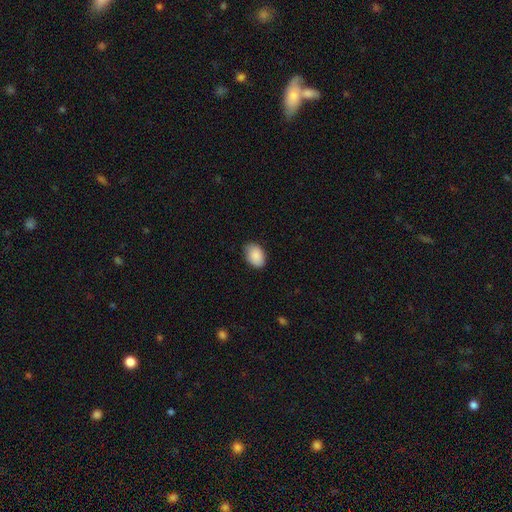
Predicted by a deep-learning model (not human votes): Smooth or featured? Predicted: smooth (p=0.90). How rounded? Predicted: in between (p=0.85). Merging? Predicted: none (p=0.81).